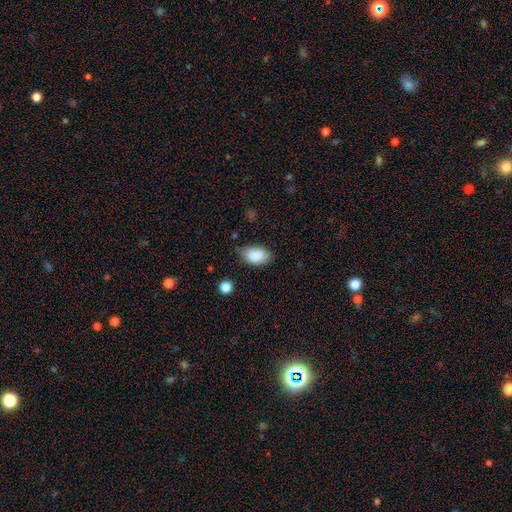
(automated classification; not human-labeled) Overall: smooth (86%). How rounded: in between (92%). Merging: none (77%).